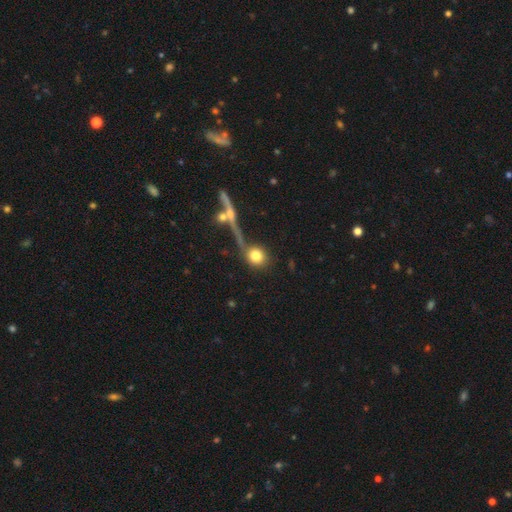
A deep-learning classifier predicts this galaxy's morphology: smooth 77%, featured or disk 13%, star or artifact 10%. Down the decision tree: how rounded — round (87%); merging — none (68%).